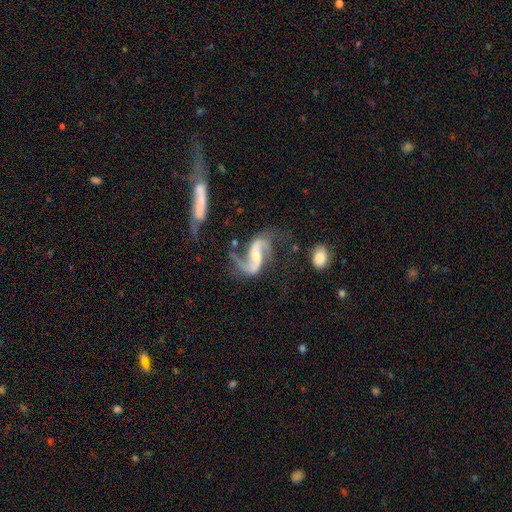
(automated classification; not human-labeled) featured or disk 91%, star or artifact 5%, smooth 4%. Down the decision tree: edge-on disk — no (97%); bar — weak (40%); spiral arms — yes (97%); spiral arm count — 2 (91%); spiral winding — loose (65%); bulge size — moderate (44%); merging — none (51%).